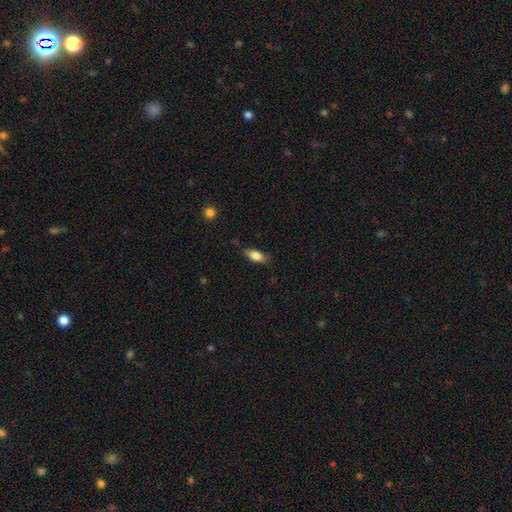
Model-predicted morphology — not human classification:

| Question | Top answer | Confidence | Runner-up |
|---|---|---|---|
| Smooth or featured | smooth | 80% | featured or disk (13%) |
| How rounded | in between | 80% | cigar-shaped (17%) |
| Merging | none | 77% | minor disturbance (17%) |